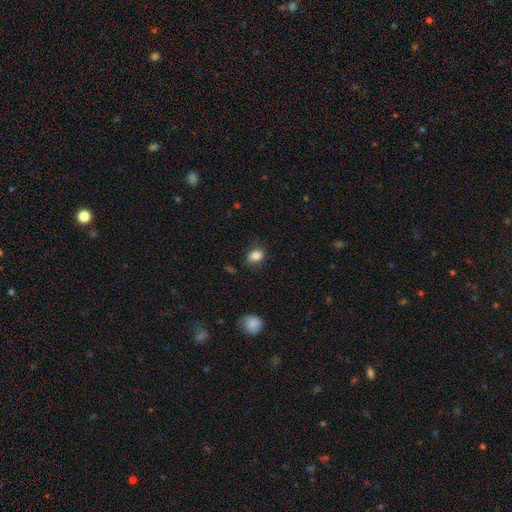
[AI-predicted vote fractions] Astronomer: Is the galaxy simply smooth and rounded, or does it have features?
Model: smooth — 84%.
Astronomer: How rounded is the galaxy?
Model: in between — 67%.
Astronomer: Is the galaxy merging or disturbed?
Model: none — 69%.